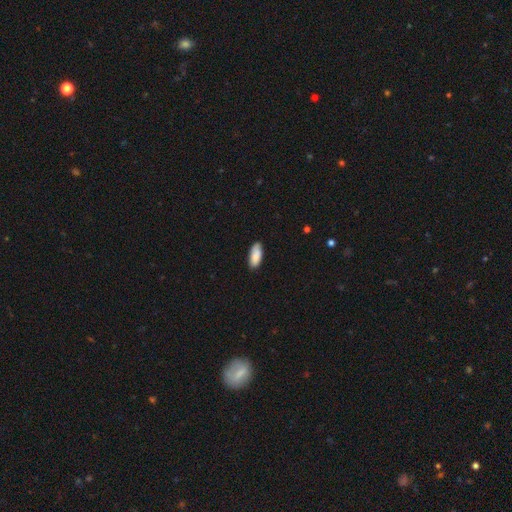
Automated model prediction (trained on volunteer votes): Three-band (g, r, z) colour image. It shows a smooth galaxy with no disk features (87%) that is in between round and cigar-shaped (84%). Merging: none (81%).